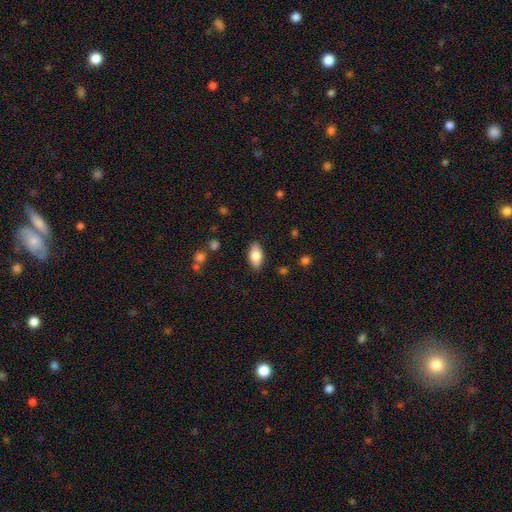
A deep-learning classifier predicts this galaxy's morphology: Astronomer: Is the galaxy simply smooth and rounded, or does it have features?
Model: smooth — 80%.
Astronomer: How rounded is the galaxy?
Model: in between — 91%.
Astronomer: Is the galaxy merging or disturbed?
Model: none — 85%.